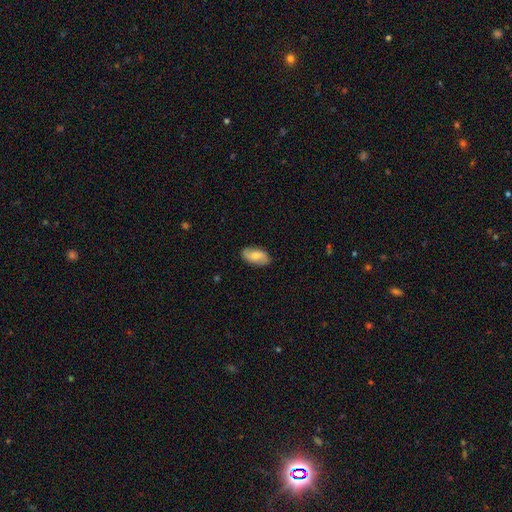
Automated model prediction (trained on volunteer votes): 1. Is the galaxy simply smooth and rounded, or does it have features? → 52% smooth, 41% featured or disk, 7% star or artifact.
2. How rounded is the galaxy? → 92% in between, 4% cigar-shaped, 4% round.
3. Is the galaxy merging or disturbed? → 84% none, 12% minor disturbance, 3% major disturbance, 1% merger.